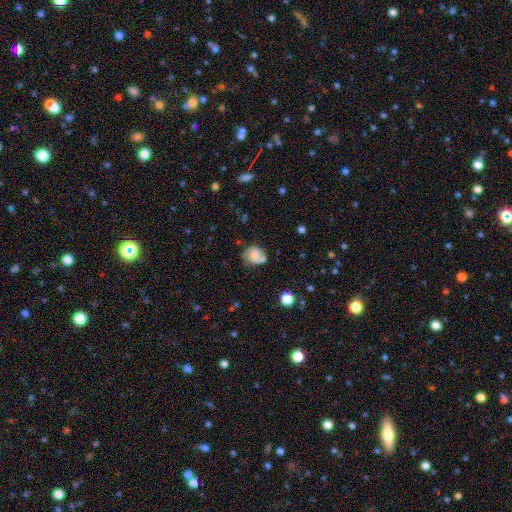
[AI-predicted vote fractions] Smooth or featured? smooth (54%)
How rounded? round (69%)
Merging? none (50%)